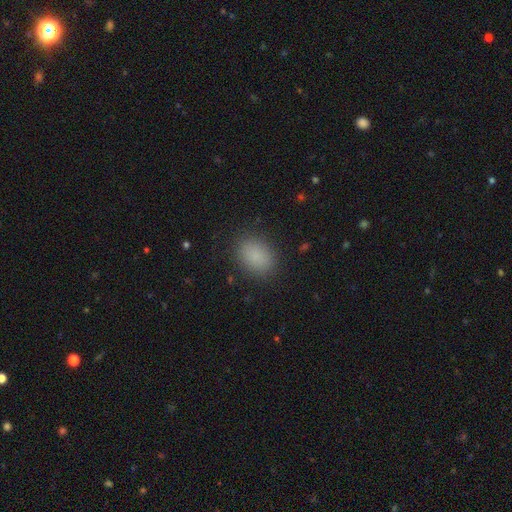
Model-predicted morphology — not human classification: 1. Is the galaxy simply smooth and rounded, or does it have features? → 86% smooth, 10% star or artifact, 5% featured or disk.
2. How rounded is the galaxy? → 73% in between, 26% round, 1% cigar-shaped.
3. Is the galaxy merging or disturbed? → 87% none, 9% minor disturbance, 3% major disturbance, 1% merger.